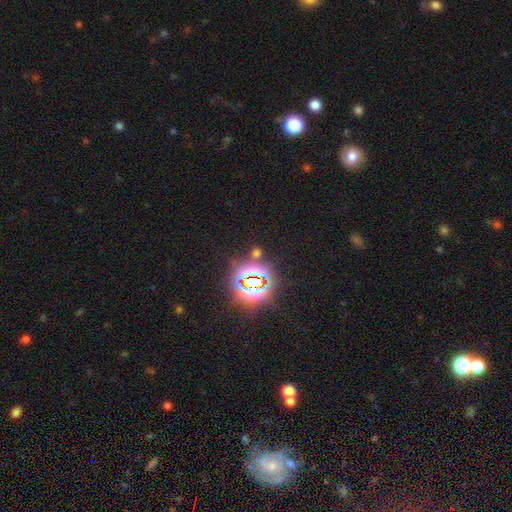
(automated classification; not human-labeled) Smooth or featured?
  - star or artifact: 78% *
  - smooth: 14%
  - featured or disk: 8%